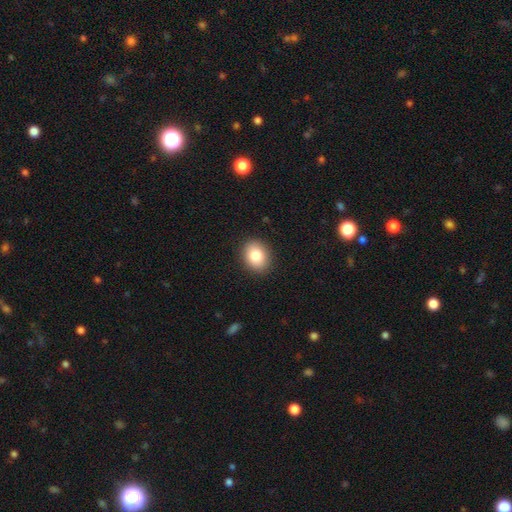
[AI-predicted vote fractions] Overall: smooth (84%). How rounded: round (52%; in between 47%). Merging: none (90%).